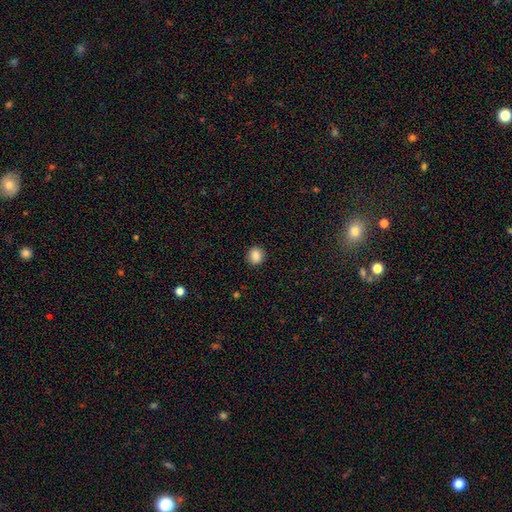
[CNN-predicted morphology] A smooth galaxy with no disk features (87%) that is round (84%).

Vote fractions:
- Smooth or featured? smooth: 87% / star or artifact: 9% / featured or disk: 3%
- How rounded? round: 84% / in between: 15% / cigar-shaped: 1%
- Merging? none: 91% / minor disturbance: 6% / major disturbance: 2% / merger: 1%